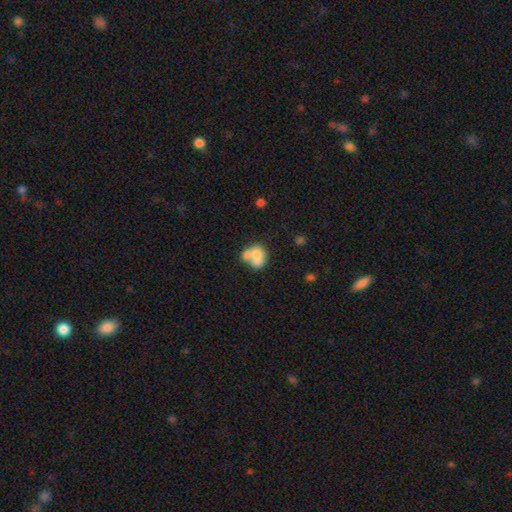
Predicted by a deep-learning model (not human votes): A smooth galaxy with no disk features (71%) that is in between round and cigar-shaped (61%). Merging: merger (60%).